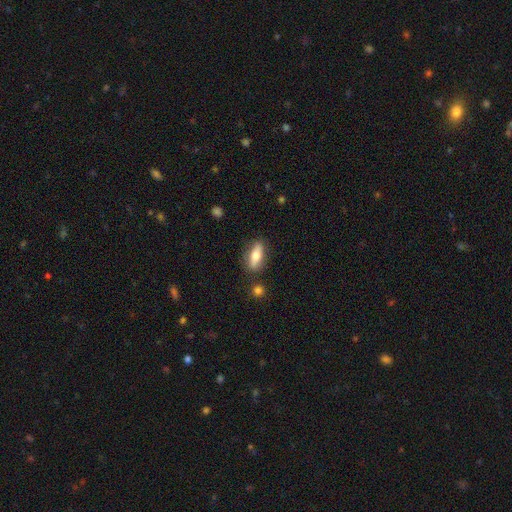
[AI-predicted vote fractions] Smooth or featured? smooth (66%)
How rounded? in between (63%)
Merging? none (82%)